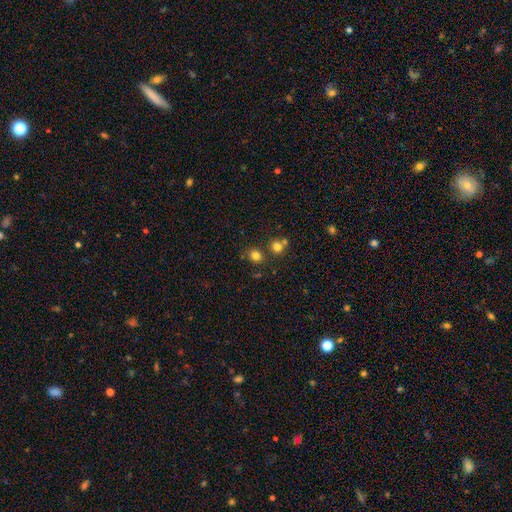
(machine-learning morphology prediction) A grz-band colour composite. It shows a smooth galaxy with no disk features (79%) that is round (73%). Merging: none (73%).